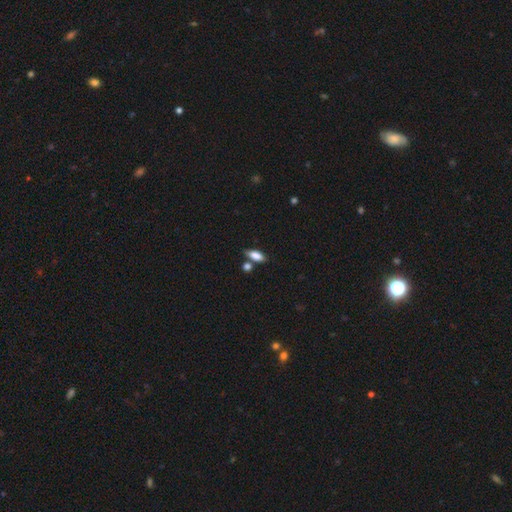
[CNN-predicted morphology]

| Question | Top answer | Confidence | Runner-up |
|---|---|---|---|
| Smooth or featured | smooth | 82% | featured or disk (9%) |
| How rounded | in between | 80% | cigar-shaped (16%) |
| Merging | none | 62% | merger (18%) |